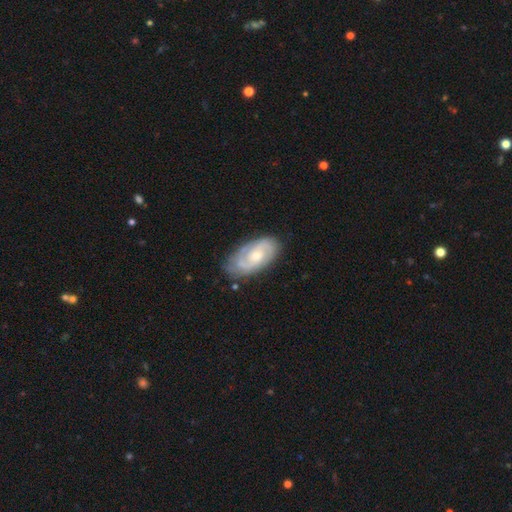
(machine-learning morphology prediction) Overall: featured or disk (82%). Edge-on disk: no (96%). Bar: no (66%; weak 29%). Spiral arms: yes (95%). Spiral arm count: 2 (57%; can't tell 20%). Spiral winding: tight (60%; medium 32%). Bulge size: small (53%; moderate 43%). Merging: none (73%).